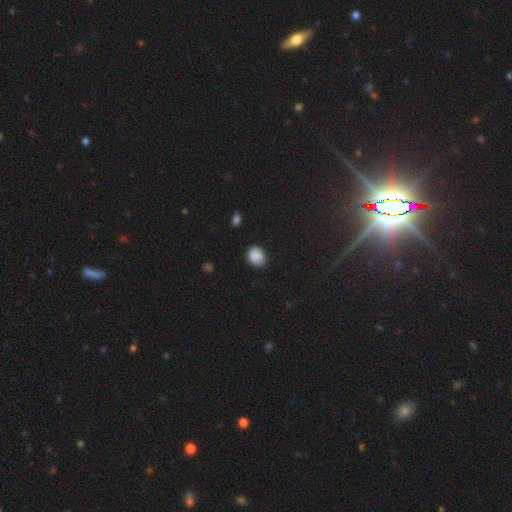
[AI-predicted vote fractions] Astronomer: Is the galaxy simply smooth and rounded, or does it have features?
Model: smooth — 87%.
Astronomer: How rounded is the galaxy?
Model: round — 60% (runner-up: in between, 39%).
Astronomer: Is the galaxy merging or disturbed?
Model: none — 81%.